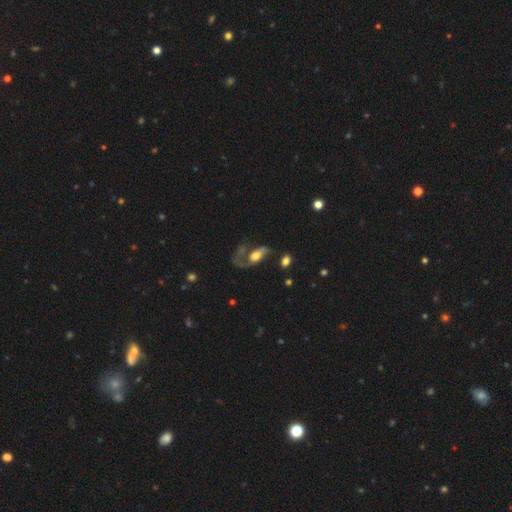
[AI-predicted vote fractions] This is possibly a featured or disk galaxy (59%). It is clearly not viewed edge-on (88%). Bar: likely no (67%). Spiral arm pattern: likely yes (69%). Central bulge: possibly moderate (48%). Merging: possibly major disturbance (48%).